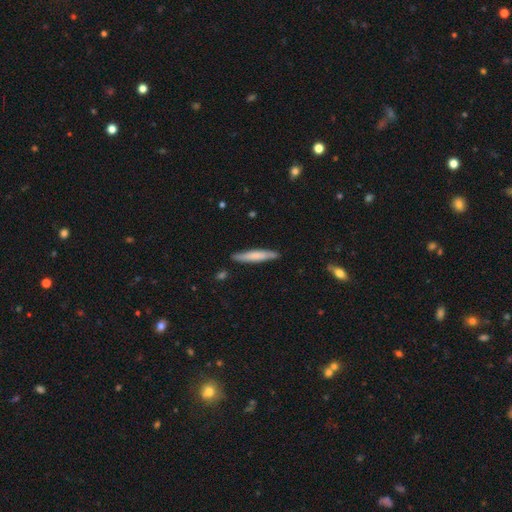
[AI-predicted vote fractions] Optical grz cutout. It shows a smooth galaxy with no disk features (65%) that is cigar-shaped (92%). Merging: none (86%).